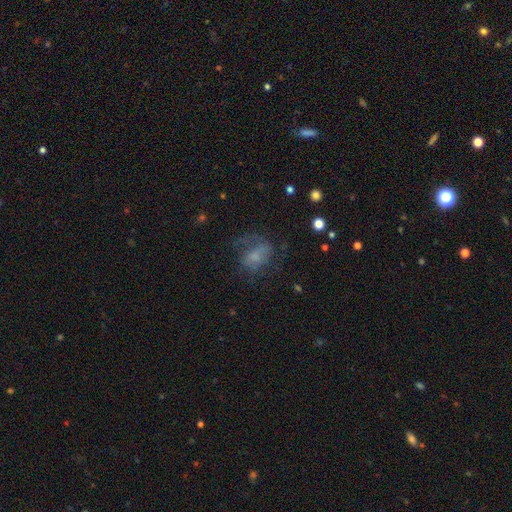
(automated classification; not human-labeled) Q: Smooth or featured?
A: smooth (44%); runner-up: featured or disk (42%)
Q: Merging?
A: none (43%); runner-up: major disturbance (34%)